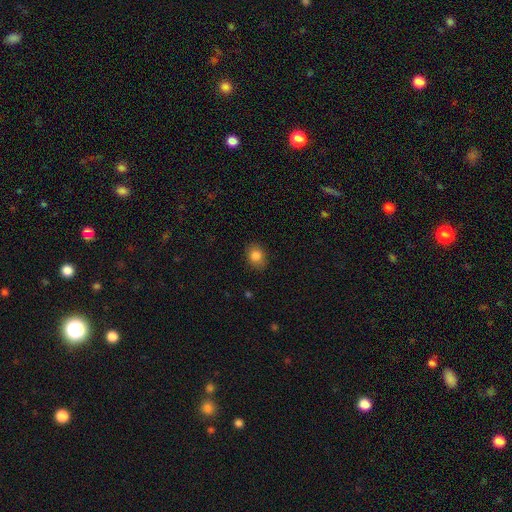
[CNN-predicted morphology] This is clearly a smooth galaxy (84%). How rounded: possibly in between (54%). Merging: clearly none (85%).